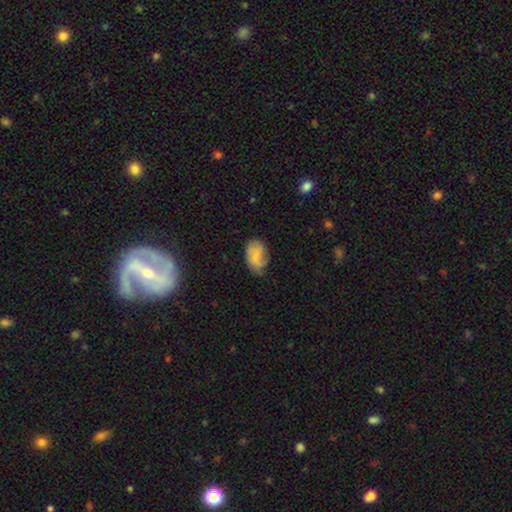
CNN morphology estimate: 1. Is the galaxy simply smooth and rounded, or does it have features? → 69% smooth, 22% featured or disk, 8% star or artifact.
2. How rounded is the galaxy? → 87% in between, 12% round, 1% cigar-shaped.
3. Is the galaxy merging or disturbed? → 60% none, 29% minor disturbance, 9% major disturbance, 1% merger.